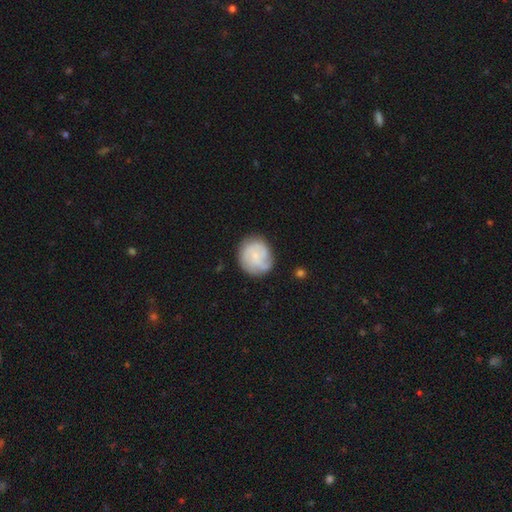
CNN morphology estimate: type=featured or disk (51%); edge-on=no (98%); merging=none (70%).